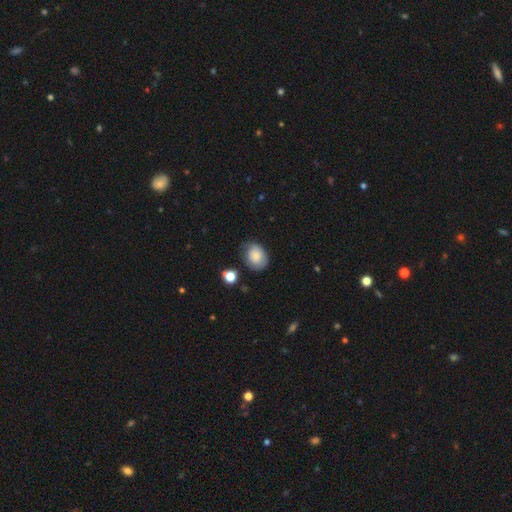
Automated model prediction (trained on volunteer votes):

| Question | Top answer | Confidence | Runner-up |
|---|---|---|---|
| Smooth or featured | smooth | 76% | featured or disk (15%) |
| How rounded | in between | 52% | round (47%) |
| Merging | none | 55% | minor disturbance (32%) |